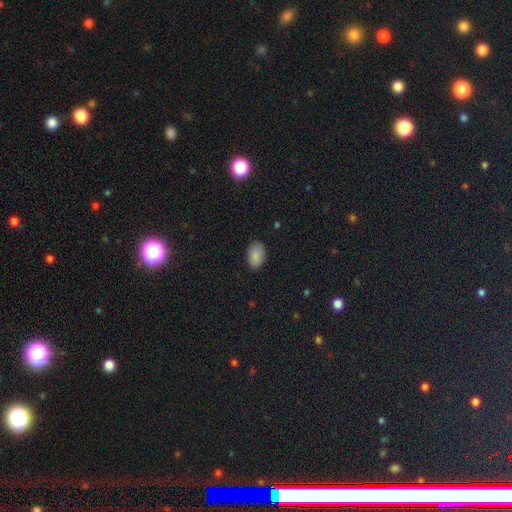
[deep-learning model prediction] smooth 88%, star or artifact 8%, featured or disk 4%. Down the decision tree: how rounded — in between (90%); merging — none (84%).